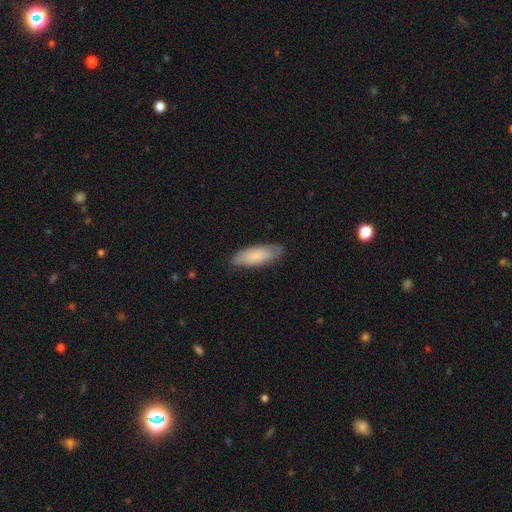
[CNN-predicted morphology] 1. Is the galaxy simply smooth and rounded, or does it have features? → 78% smooth, 16% featured or disk, 6% star or artifact.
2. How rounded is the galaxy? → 66% in between, 32% cigar-shaped, 2% round.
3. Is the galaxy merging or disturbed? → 79% none, 17% minor disturbance, 3% major disturbance, 1% merger.